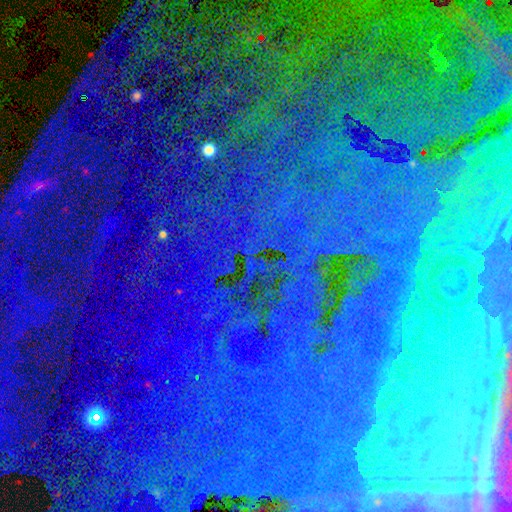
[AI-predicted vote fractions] A star or artifact, not a galaxy (83%).

Vote fractions:
- Smooth or featured? star or artifact: 83% / featured or disk: 9% / smooth: 8%